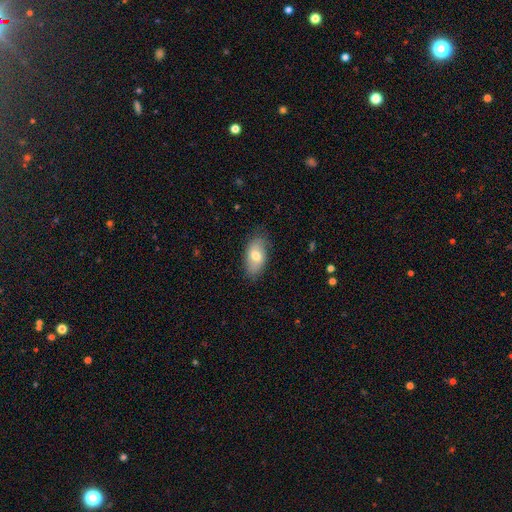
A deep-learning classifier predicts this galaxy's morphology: smooth_or_featured: smooth (p=0.70) [alt: featured or disk p=0.24]
how_rounded: in between (p=0.92) [alt: round p=0.05]
merging: none (p=0.78) [alt: minor disturbance p=0.17]